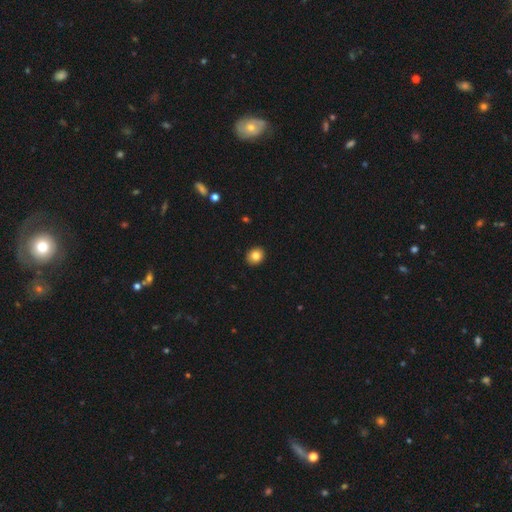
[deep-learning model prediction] Overall: smooth (84%). How rounded: round (72%). Merging: none (92%).